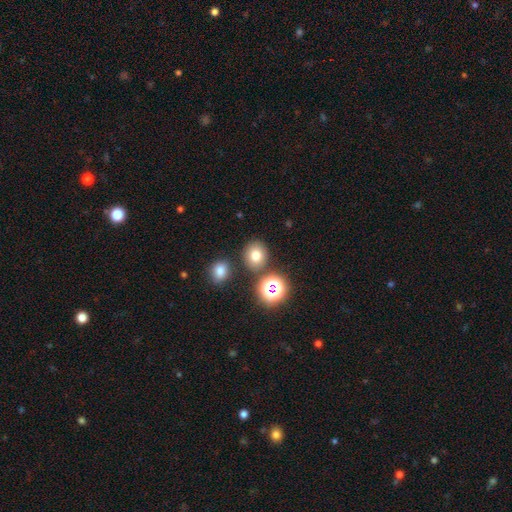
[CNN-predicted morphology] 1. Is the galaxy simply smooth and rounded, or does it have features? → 73% smooth, 18% star or artifact, 9% featured or disk.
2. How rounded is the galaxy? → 76% round, 23% in between, 1% cigar-shaped.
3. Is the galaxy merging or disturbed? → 80% none, 9% minor disturbance, 8% merger, 3% major disturbance.